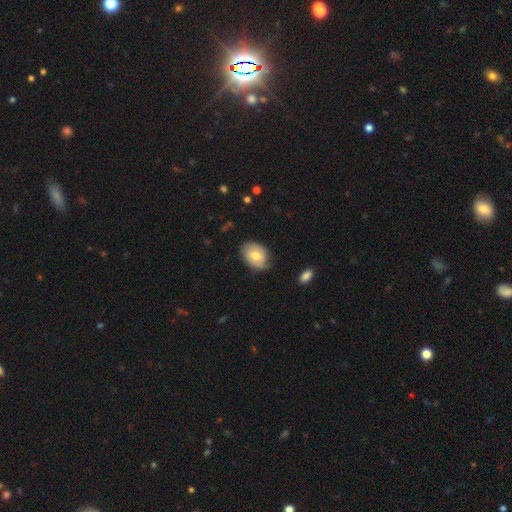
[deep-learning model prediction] Q: Smooth or featured?
A: smooth (69%); runner-up: featured or disk (24%)
Q: How rounded?
A: in between (75%); runner-up: round (24%)
Q: Merging?
A: none (73%); runner-up: minor disturbance (22%)